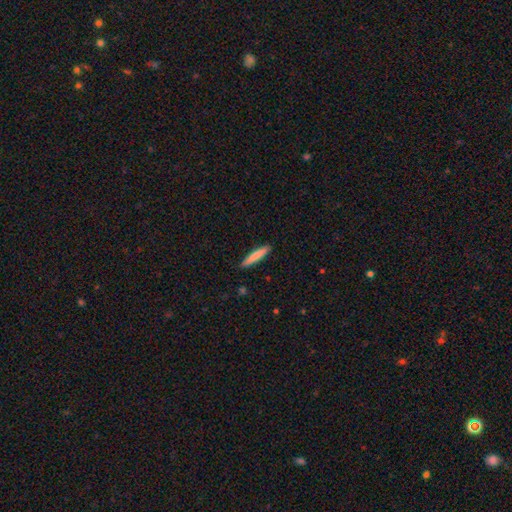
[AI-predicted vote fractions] The model was most divided on "smooth or featured": smooth: 79%, featured or disk: 15%, star or artifact: 5%. More confident: how rounded — cigar-shaped (91%); merging — none (91%).